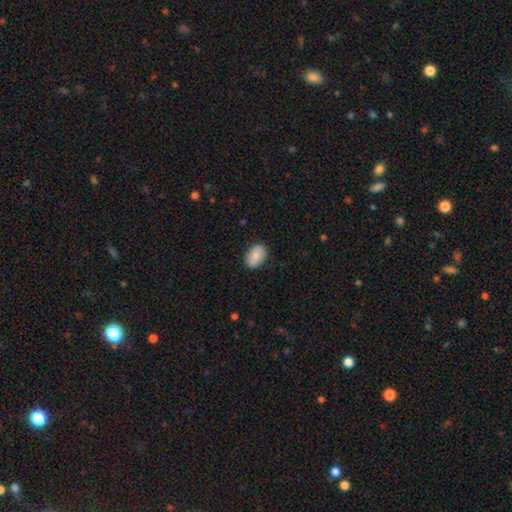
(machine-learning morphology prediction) Smooth or featured? smooth (75%)
How rounded? in between (83%)
Merging? none (83%)